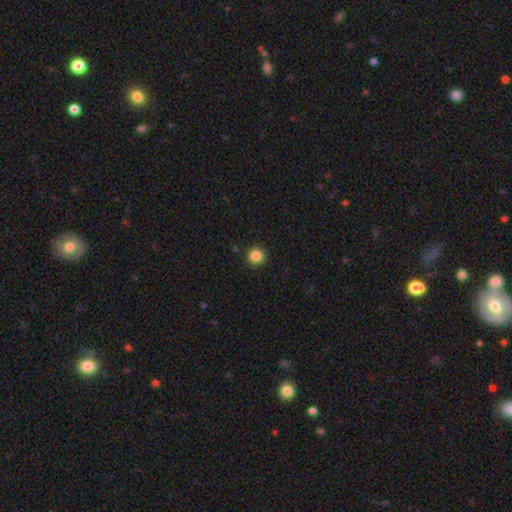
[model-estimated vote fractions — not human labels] smooth-or-featured: smooth: 86% | star or artifact: 11% | featured or disk: 3%
  how-rounded: round: 95% | in between: 4% | cigar-shaped: 1%
  merging: none: 92% | minor disturbance: 5% | major disturbance: 2% | merger: 1%